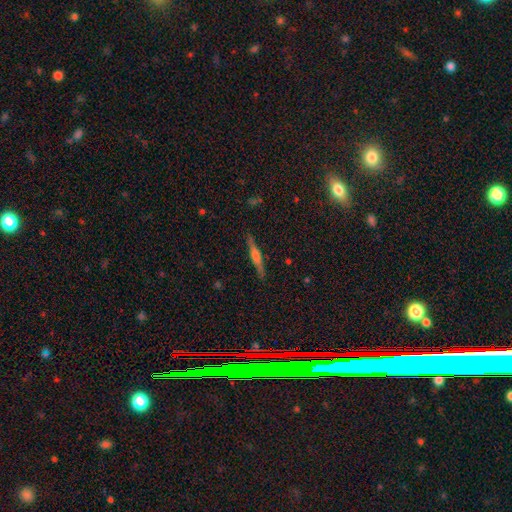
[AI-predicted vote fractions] Q: Smooth or featured?
A: featured or disk (67%); runner-up: smooth (26%)
Q: Edge-on disk?
A: yes (97%); runner-up: no (3%)
Q: Edge-on bulge?
A: rounded (72%); runner-up: boxy (17%)
Q: Merging?
A: none (89%); runner-up: minor disturbance (8%)